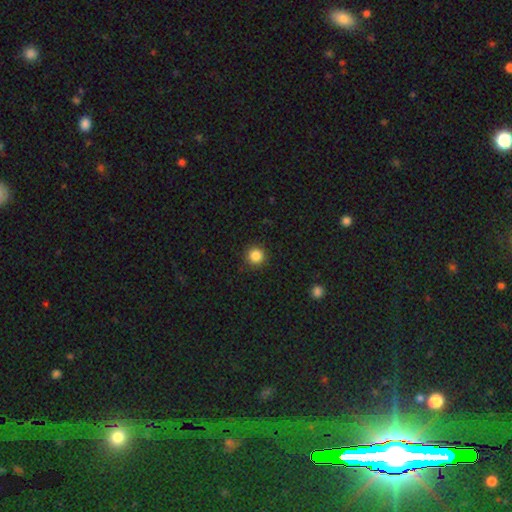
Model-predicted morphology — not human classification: smooth_or_featured: smooth (p=0.85) [alt: star or artifact p=0.11]
how_rounded: round (p=0.95) [alt: in between p=0.04]
merging: none (p=0.91) [alt: minor disturbance p=0.06]